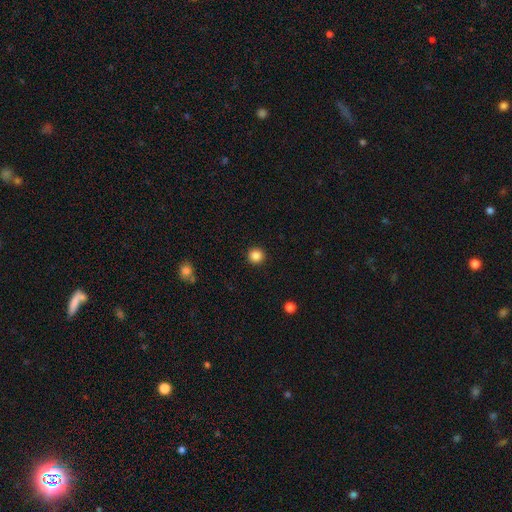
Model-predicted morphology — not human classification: A smooth galaxy with no disk features (86%) that is round (95%). Merging: none (93%).